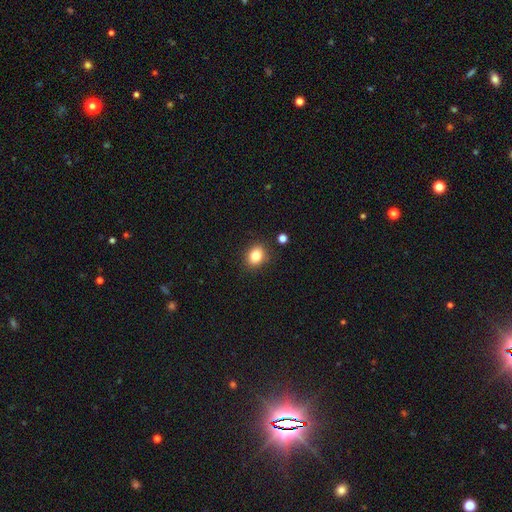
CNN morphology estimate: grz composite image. It shows a smooth galaxy with no disk features (83%) that is in between round and cigar-shaped (51%). Merging: none (85%).